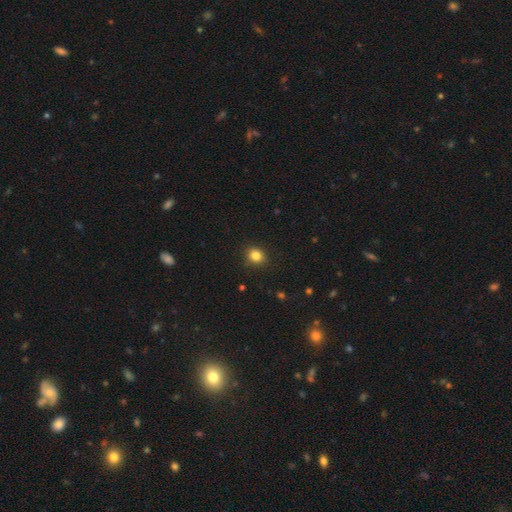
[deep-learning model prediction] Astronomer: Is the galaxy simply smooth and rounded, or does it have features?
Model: smooth — 84%.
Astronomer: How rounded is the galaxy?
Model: round — 64%.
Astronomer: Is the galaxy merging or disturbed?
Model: none — 88%.